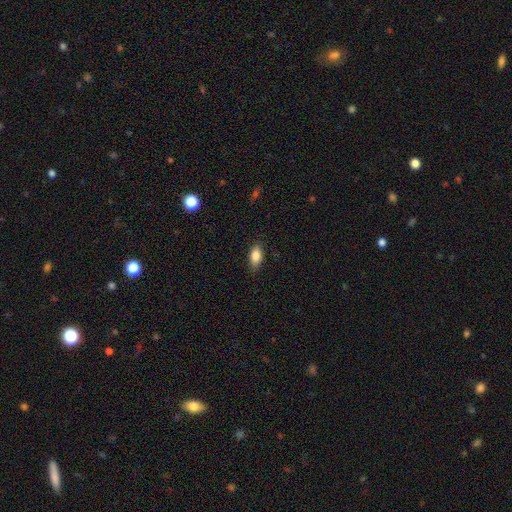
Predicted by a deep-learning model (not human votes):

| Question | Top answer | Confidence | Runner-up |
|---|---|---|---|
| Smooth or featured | smooth | 83% | featured or disk (9%) |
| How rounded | in between | 87% | cigar-shaped (8%) |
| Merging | none | 85% | minor disturbance (12%) |